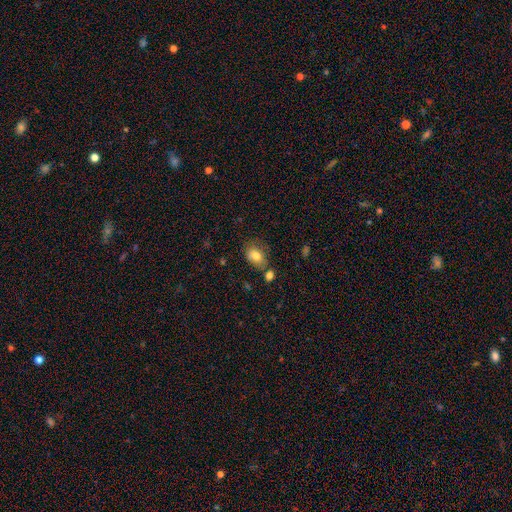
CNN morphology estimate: Overall: smooth (79%). How rounded: in between (79%). Merging: none (56%; minor disturbance 21%).